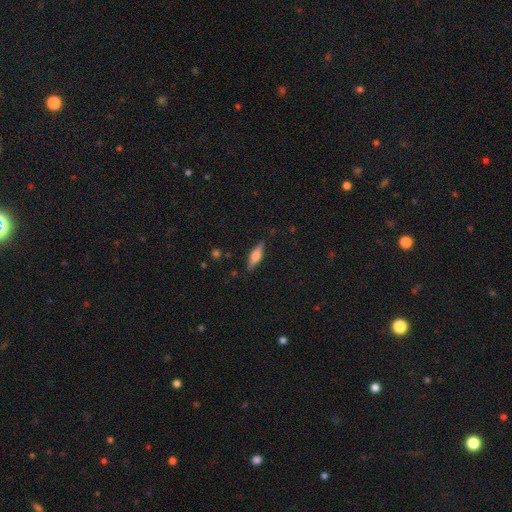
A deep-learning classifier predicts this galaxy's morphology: A smooth galaxy with no disk features (48%).

Vote fractions:
- Smooth or featured? smooth: 48% / featured or disk: 45% / star or artifact: 7%
- Merging? none: 86% / minor disturbance: 10% / major disturbance: 2% / merger: 1%